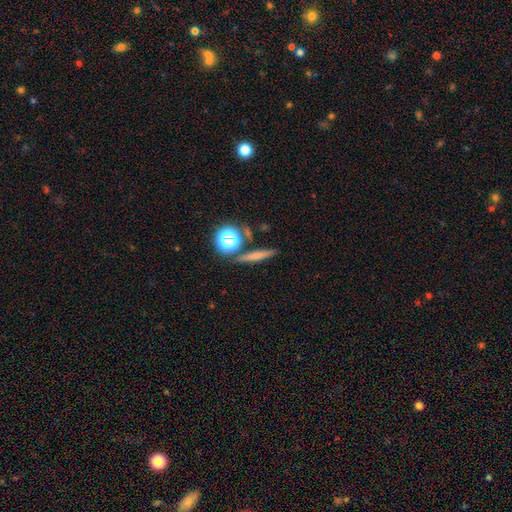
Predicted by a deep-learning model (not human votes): This appears to be a smooth galaxy with no disk features (60%) that is cigar-shaped (72%). Merging: none (81%).